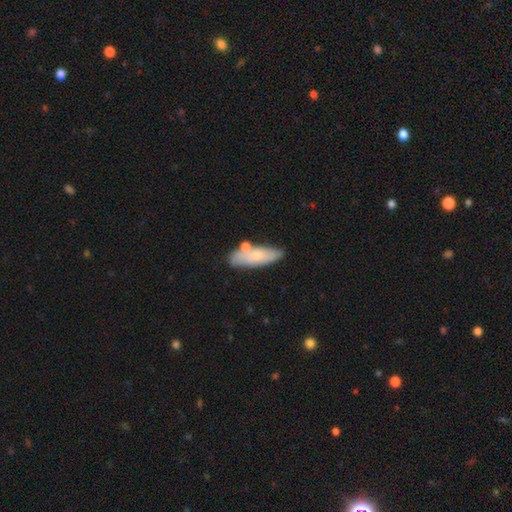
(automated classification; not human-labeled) Smooth or featured: smooth — 61% (featured or disk — 32%)
How rounded: in between — 64% (cigar-shaped — 33%)
Merging: none — 62% (minor disturbance — 19%)